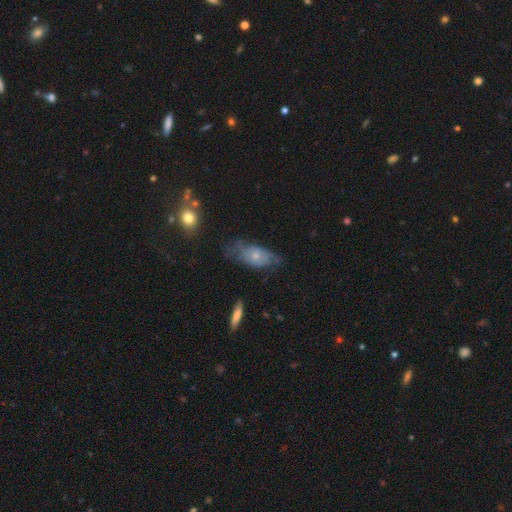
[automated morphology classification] This appears to be a featured or disk galaxy (51%). Merging: none (46%).